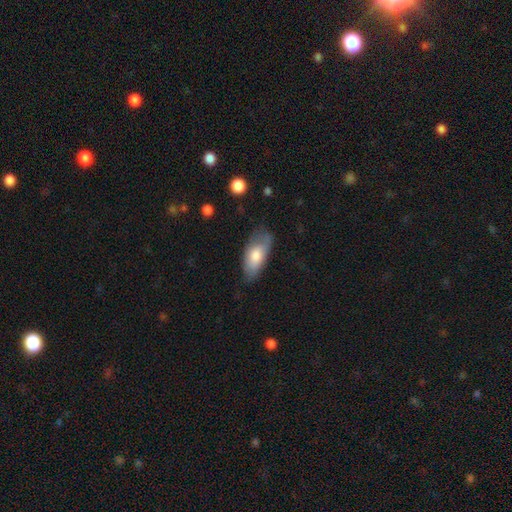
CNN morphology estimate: The model was most divided on "merging": none: 61%, minor disturbance: 29%, major disturbance: 8%, merger: 2%. More confident: how rounded — in between (88%); smooth or featured — smooth (73%).